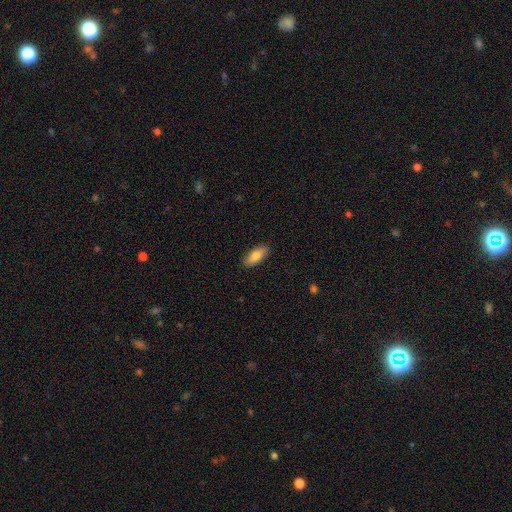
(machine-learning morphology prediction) smooth_or_featured: smooth (p=0.79) [alt: featured or disk p=0.15]
how_rounded: in between (p=0.79) [alt: cigar-shaped p=0.19]
merging: none (p=0.89) [alt: minor disturbance p=0.08]